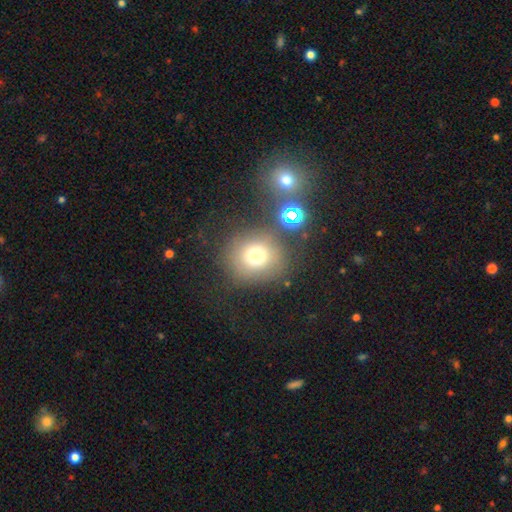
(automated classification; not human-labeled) Q: Smooth or featured?
A: smooth (70%); runner-up: star or artifact (18%)
Q: How rounded?
A: round (86%); runner-up: in between (13%)
Q: Merging?
A: none (74%); runner-up: minor disturbance (12%)